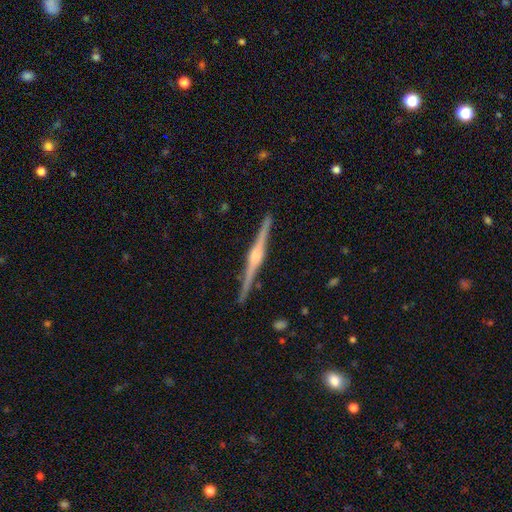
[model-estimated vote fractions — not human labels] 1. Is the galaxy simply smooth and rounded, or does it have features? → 88% featured or disk, 7% smooth, 5% star or artifact.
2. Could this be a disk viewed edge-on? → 99% yes, 1% no.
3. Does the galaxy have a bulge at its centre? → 79% rounded, 16% boxy, 6% none.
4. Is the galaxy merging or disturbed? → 92% none, 6% minor disturbance, 1% major disturbance, 1% merger.